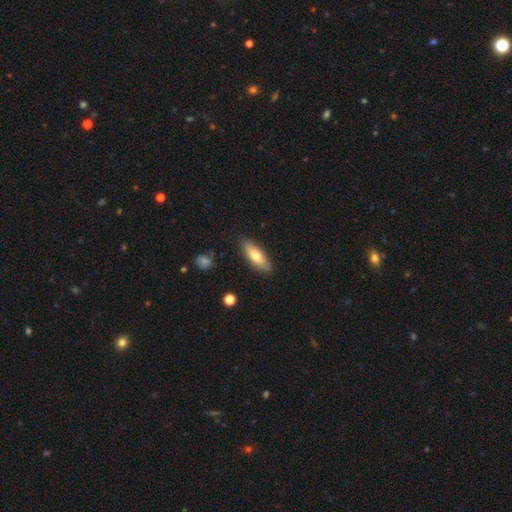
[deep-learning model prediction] Smooth or featured? smooth (69%)
How rounded? in between (61%)
Merging? none (86%)